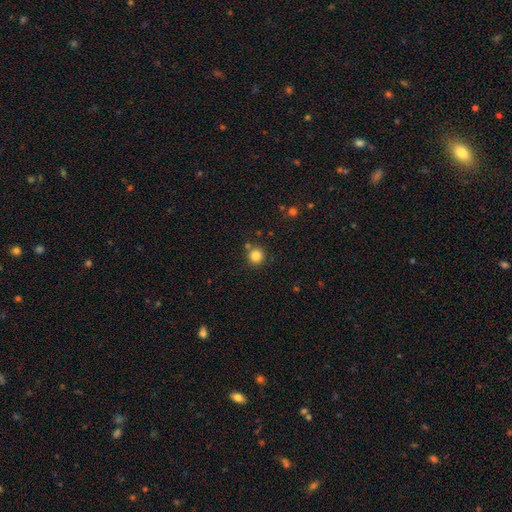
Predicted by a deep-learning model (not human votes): Smooth or featured?
  - smooth: 84% *
  - star or artifact: 11%
  - featured or disk: 5%
How rounded?
  - round: 94% *
  - in between: 6%
  - cigar-shaped: 1%
Merging?
  - none: 80% *
  - minor disturbance: 9%
  - merger: 8%
  - major disturbance: 3%